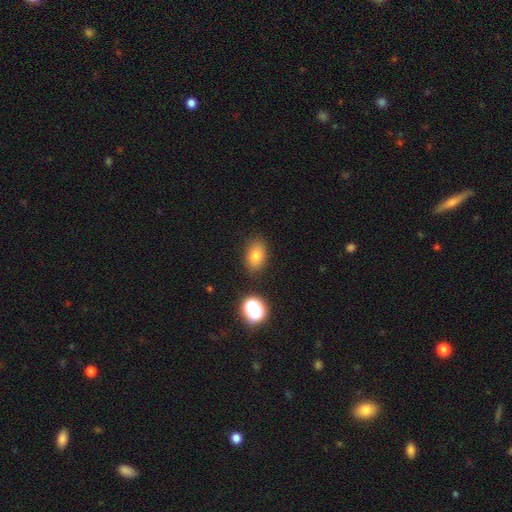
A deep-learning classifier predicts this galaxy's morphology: smooth_or_featured: smooth (p=0.77) [alt: star or artifact p=0.13]
how_rounded: in between (p=0.82) [alt: round p=0.16]
merging: none (p=0.83) [alt: minor disturbance p=0.11]